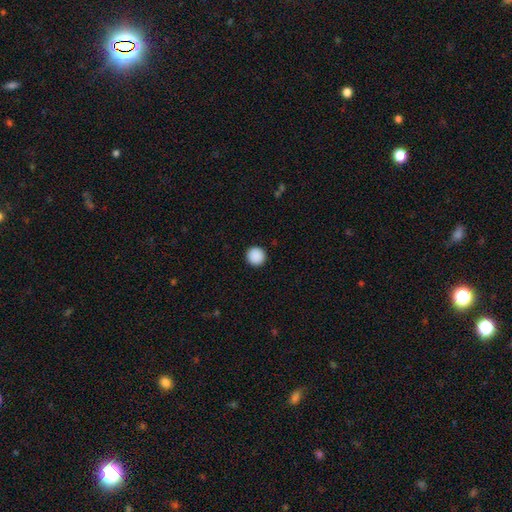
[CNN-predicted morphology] smooth 90%, star or artifact 8%, featured or disk 2%. Down the decision tree: how rounded — round (96%); merging — none (93%).